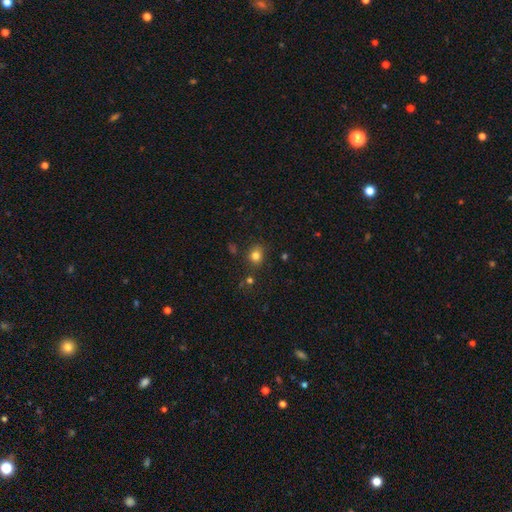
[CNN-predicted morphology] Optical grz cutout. It shows a smooth galaxy with no disk features (79%) that is round (65%). Merging: none (81%).